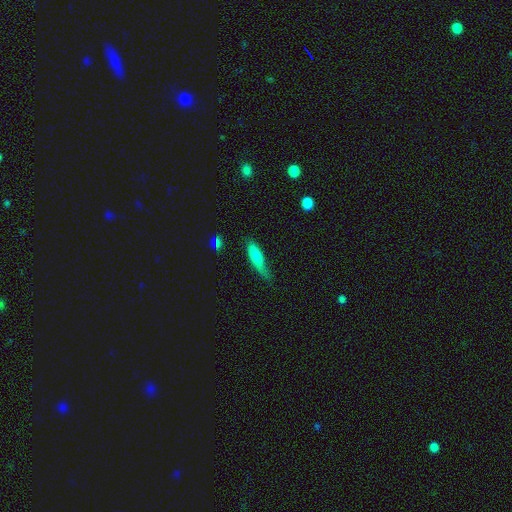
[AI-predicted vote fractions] Smooth or featured?
  - smooth: 72% *
  - featured or disk: 20%
  - star or artifact: 7%
How rounded?
  - cigar-shaped: 69% *
  - in between: 29%
  - round: 2%
Merging?
  - none: 45% *
  - minor disturbance: 39%
  - major disturbance: 14%
  - merger: 3%